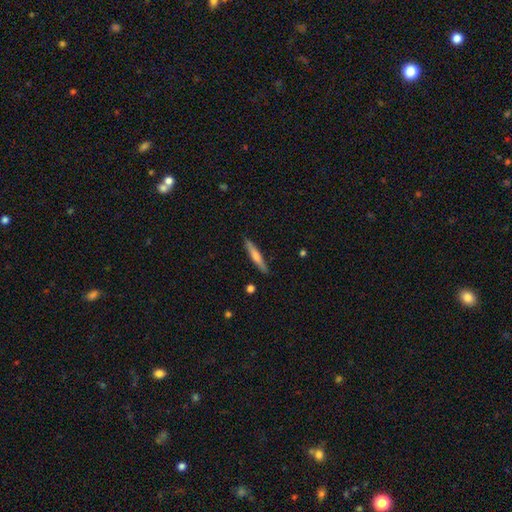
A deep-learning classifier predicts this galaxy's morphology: Smooth or featured: smooth — 57% (featured or disk — 37%)
How rounded: cigar-shaped — 93% (in between — 6%)
Merging: none — 89% (minor disturbance — 8%)